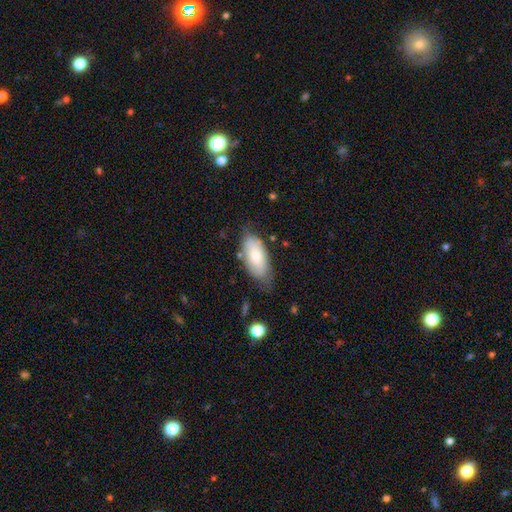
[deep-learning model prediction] Morphology: type=smooth (74%); roundness=in between (91%); merging=none (62%).